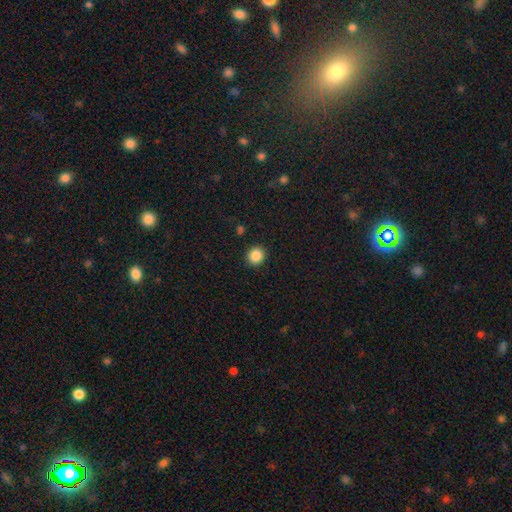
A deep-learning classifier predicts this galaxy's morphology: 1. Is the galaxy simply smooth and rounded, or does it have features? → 86% smooth, 10% star or artifact, 4% featured or disk.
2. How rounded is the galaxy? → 87% round, 13% in between, 1% cigar-shaped.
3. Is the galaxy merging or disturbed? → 91% none, 5% minor disturbance, 2% major disturbance, 1% merger.